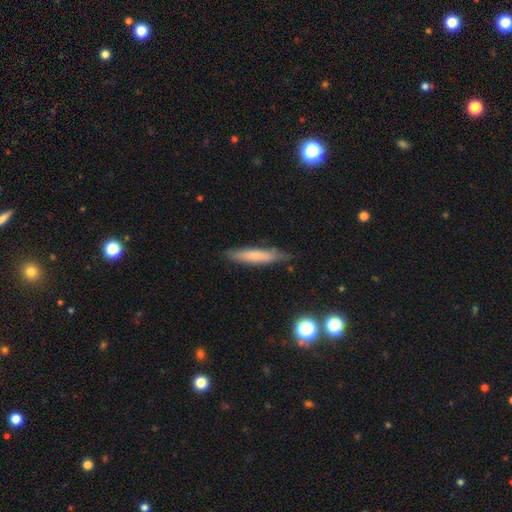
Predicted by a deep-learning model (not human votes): Smooth or featured? Predicted: smooth (p=0.65). How rounded? Predicted: cigar-shaped (p=0.86). Merging? Predicted: none (p=0.76).